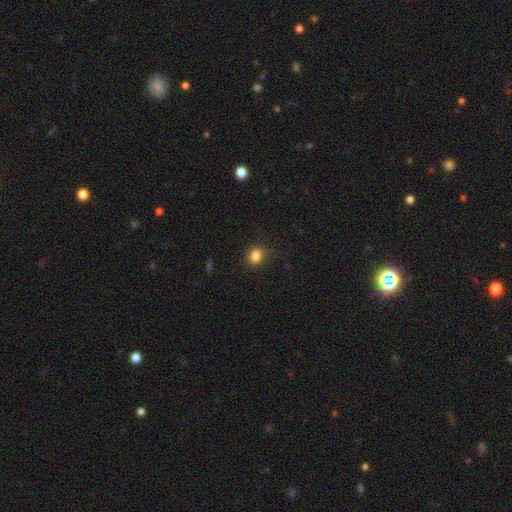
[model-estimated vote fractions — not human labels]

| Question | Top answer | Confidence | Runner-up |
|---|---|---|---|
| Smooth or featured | smooth | 84% | star or artifact (11%) |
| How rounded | round | 65% | in between (34%) |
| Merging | none | 81% | minor disturbance (14%) |